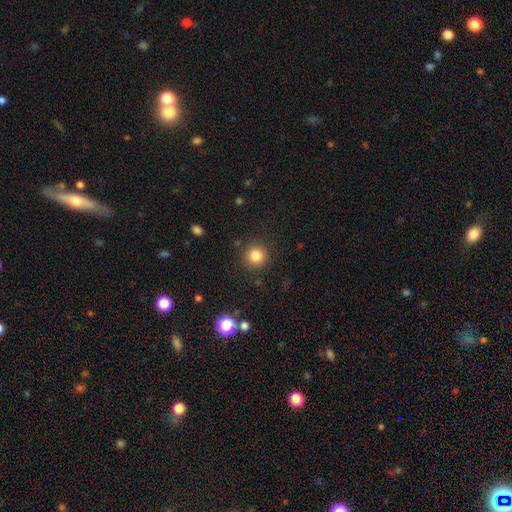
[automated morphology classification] Smooth or featured: smooth — 83% (star or artifact — 12%)
How rounded: round — 93% (in between — 6%)
Merging: none — 89% (minor disturbance — 7%)